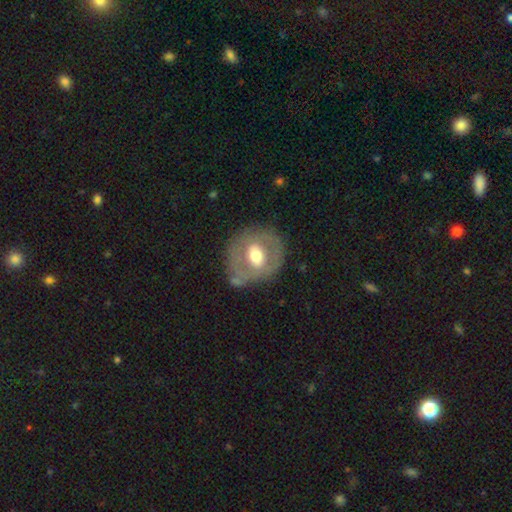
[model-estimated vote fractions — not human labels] Morphology: type=featured or disk (53%); edge-on=no (93%); merging=none (66%).